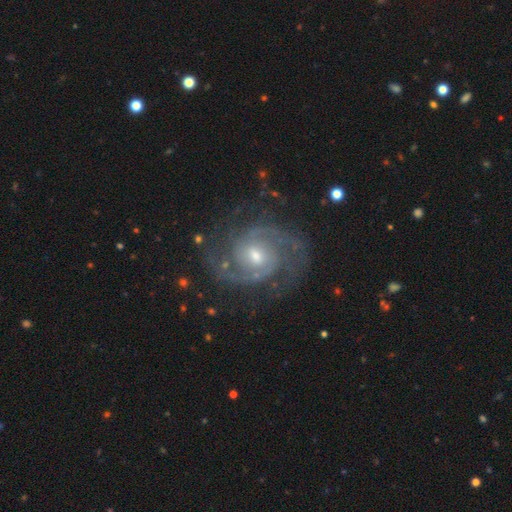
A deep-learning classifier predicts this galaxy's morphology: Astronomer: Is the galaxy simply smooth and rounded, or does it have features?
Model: featured or disk — 93%.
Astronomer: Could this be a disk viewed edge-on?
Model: no — 98%.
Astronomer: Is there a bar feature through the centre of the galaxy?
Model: no — 50% (runner-up: weak, 42%).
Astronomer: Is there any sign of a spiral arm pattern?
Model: yes — 98%.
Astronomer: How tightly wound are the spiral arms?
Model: medium — 48% (runner-up: tight, 45%).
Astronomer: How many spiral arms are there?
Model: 2 — 77%.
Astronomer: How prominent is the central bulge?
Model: moderate — 52% (runner-up: small, 44%).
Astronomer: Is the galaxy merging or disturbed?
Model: none — 79%.